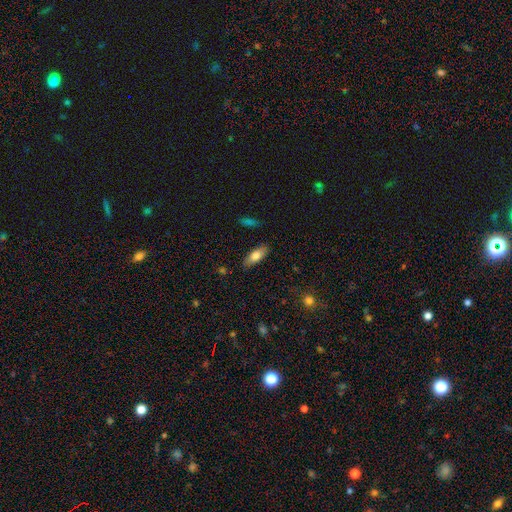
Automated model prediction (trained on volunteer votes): Overall: smooth (74%). How rounded: in between (72%). Merging: none (85%).